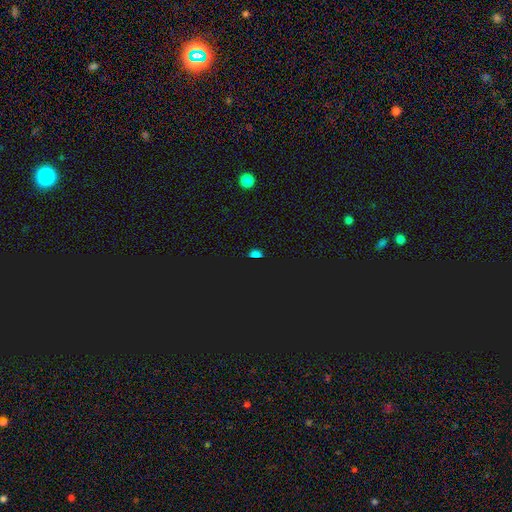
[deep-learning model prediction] Smooth or featured? star or artifact (61%)